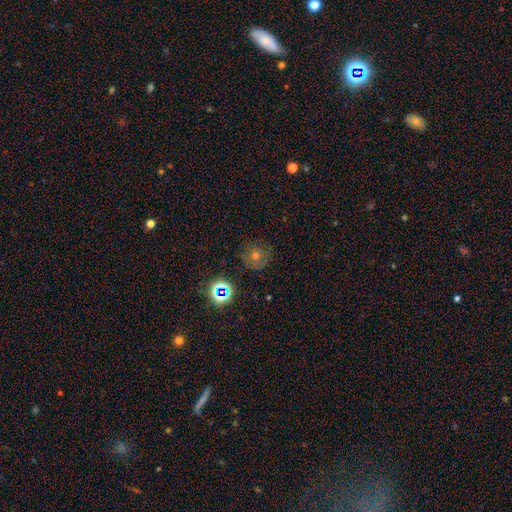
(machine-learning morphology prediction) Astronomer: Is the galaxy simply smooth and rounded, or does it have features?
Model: smooth — 40% (runner-up: star or artifact, 31%).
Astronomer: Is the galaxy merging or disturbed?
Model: none — 81%.